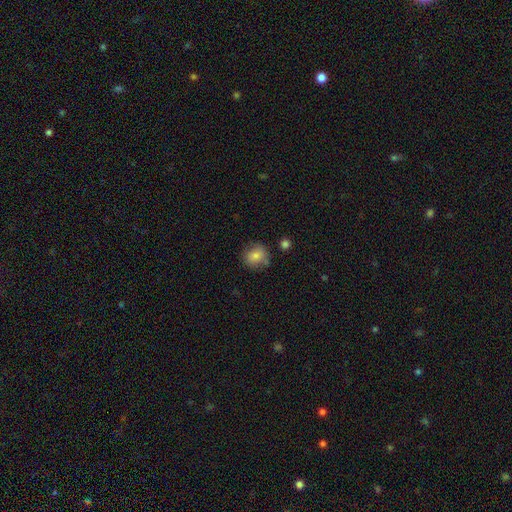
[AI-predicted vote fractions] smooth 80%, featured or disk 11%, star or artifact 9%. Down the decision tree: how rounded — round (81%); merging — none (76%).